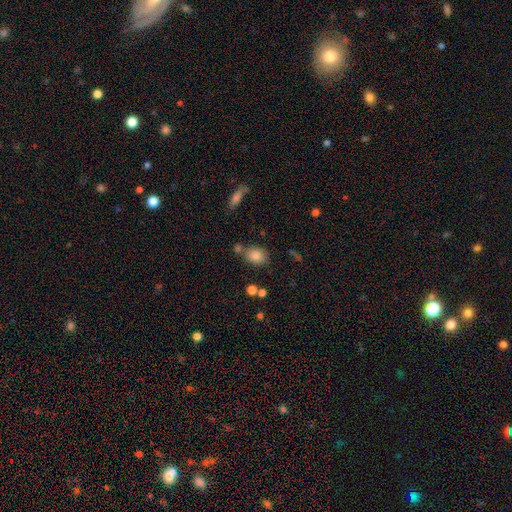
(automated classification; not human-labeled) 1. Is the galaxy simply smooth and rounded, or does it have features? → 82% smooth, 10% star or artifact, 8% featured or disk.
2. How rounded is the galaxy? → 66% in between, 32% round, 1% cigar-shaped.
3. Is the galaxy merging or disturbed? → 68% none, 14% merger, 14% minor disturbance, 4% major disturbance.